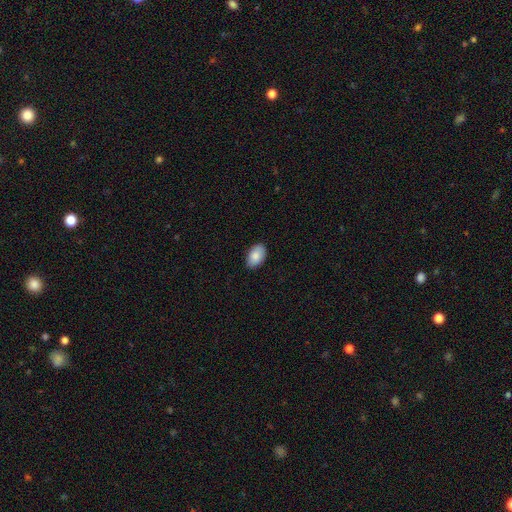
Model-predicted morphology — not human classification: smooth_or_featured: smooth (p=0.87) [alt: featured or disk p=0.07]
how_rounded: in between (p=0.92) [alt: round p=0.07]
merging: none (p=0.86) [alt: minor disturbance p=0.11]